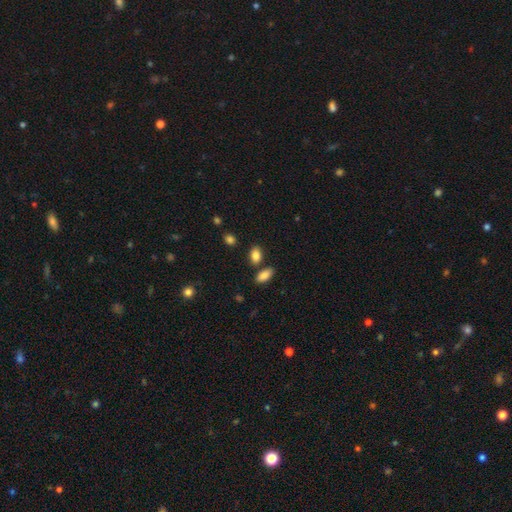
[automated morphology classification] type=smooth (86%); roundness=in between (84%); merging=none (76%).